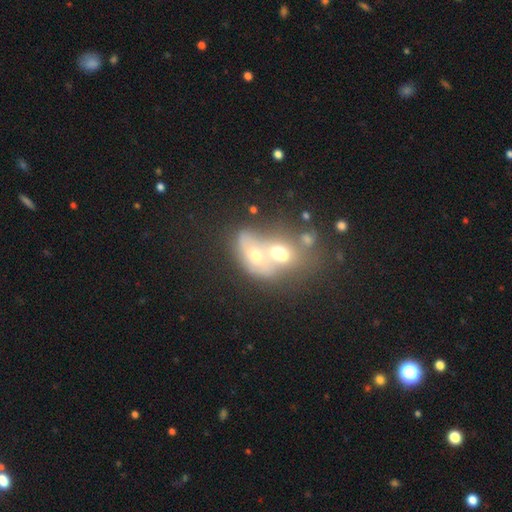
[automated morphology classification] Smooth or featured: smooth — 45% (featured or disk — 40%)
Merging: merger — 78% (none — 11%)